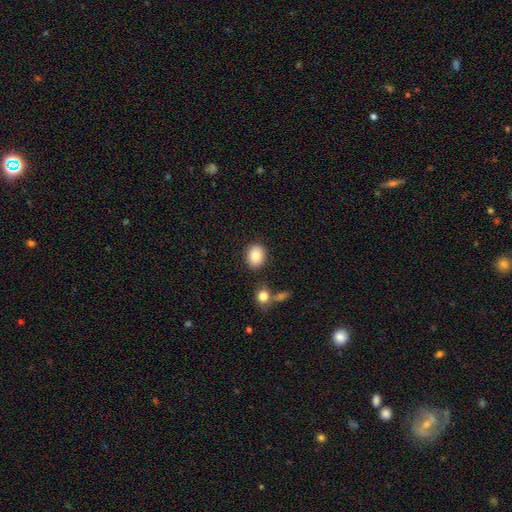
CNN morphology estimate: A smooth galaxy with no disk features (83%) that is in between round and cigar-shaped (55%). Merging: none (83%).